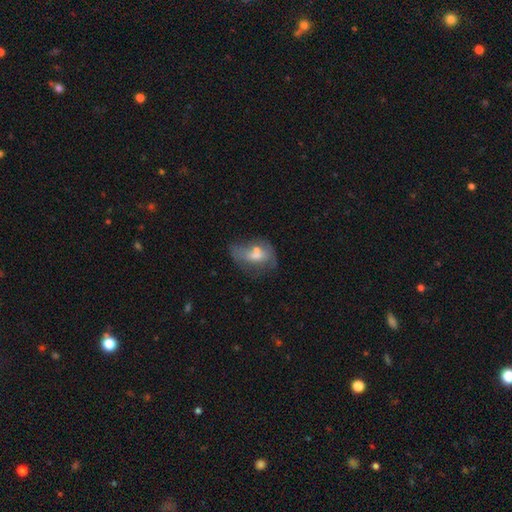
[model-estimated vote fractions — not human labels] Smooth or featured? featured or disk (44%)
Merging? none (30%)